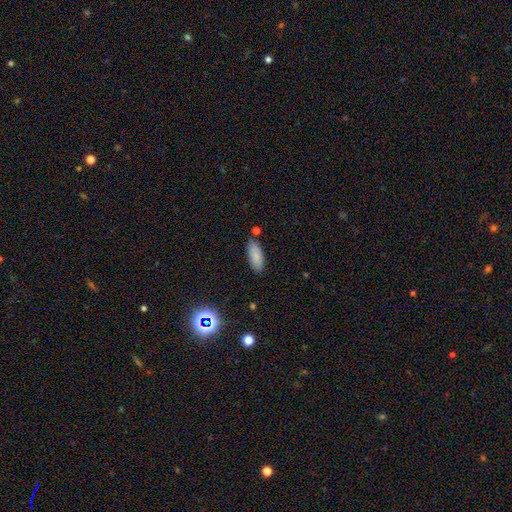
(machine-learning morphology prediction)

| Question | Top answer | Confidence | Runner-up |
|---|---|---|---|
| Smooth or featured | smooth | 85% | star or artifact (8%) |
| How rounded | in between | 82% | cigar-shaped (16%) |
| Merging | none | 81% | minor disturbance (12%) |